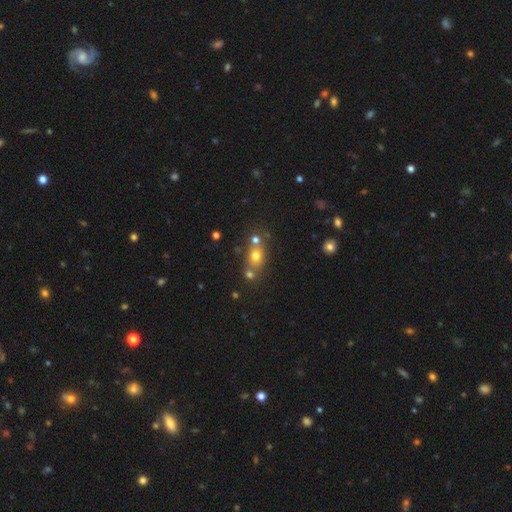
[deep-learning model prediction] smooth_or_featured: smooth (p=0.68) [alt: star or artifact p=0.17]
how_rounded: round (p=0.57) [alt: in between p=0.41]
merging: none (p=0.55) [alt: merger p=0.30]